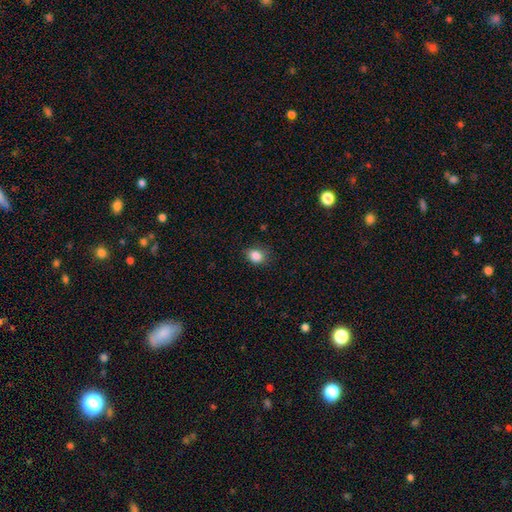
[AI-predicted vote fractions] Smooth or featured: smooth — 86% (star or artifact — 10%)
How rounded: in between — 50% (round — 49%)
Merging: none — 78% (minor disturbance — 17%)